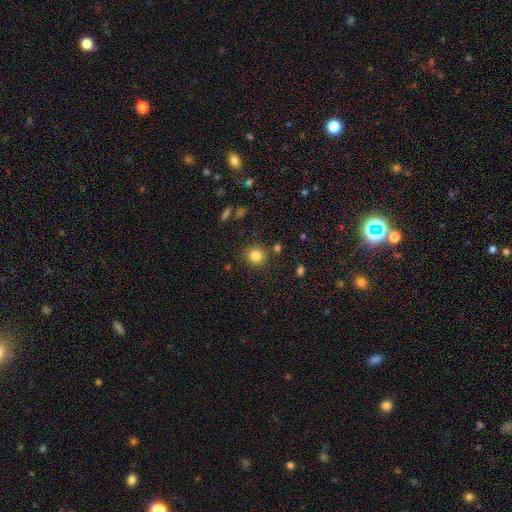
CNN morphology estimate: A smooth galaxy with no disk features (82%) that is round (89%).

Vote fractions:
- Smooth or featured? smooth: 82% / star or artifact: 12% / featured or disk: 6%
- How rounded? round: 89% / in between: 10% / cigar-shaped: 1%
- Merging? none: 86% / minor disturbance: 7% / merger: 4% / major disturbance: 3%